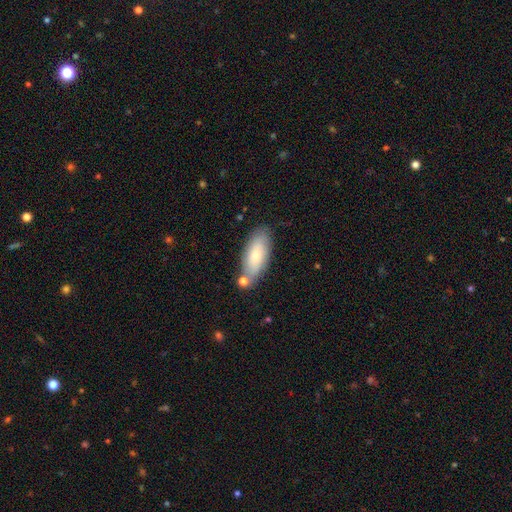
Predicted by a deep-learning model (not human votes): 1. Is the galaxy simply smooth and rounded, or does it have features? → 72% smooth, 22% featured or disk, 6% star or artifact.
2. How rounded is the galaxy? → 80% in between, 18% cigar-shaped, 2% round.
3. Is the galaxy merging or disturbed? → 71% none, 16% minor disturbance, 10% merger, 4% major disturbance.